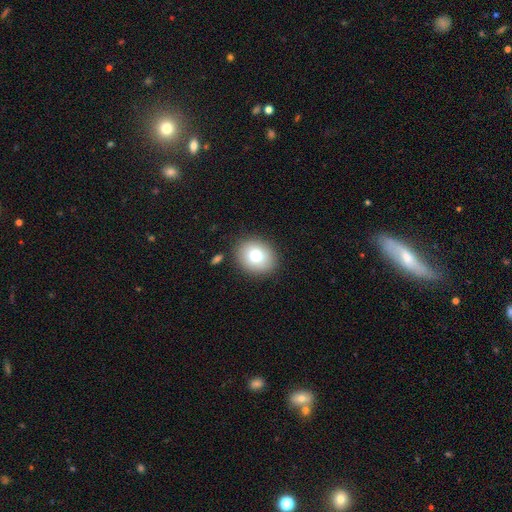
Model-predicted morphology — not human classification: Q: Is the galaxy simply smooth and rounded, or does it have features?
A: smooth — 75%.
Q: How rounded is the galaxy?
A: round — 62%.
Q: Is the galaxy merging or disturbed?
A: none — 86%.